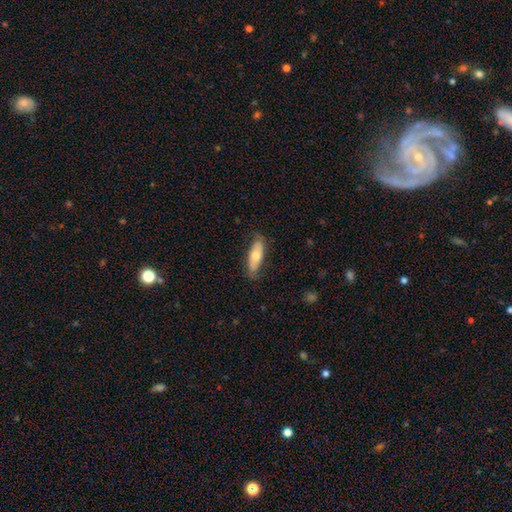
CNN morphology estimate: smooth-or-featured: smooth: 61% | featured or disk: 33% | star or artifact: 6%
  how-rounded: in between: 65% | cigar-shaped: 33% | round: 2%
  merging: none: 77% | minor disturbance: 18% | major disturbance: 4% | merger: 1%